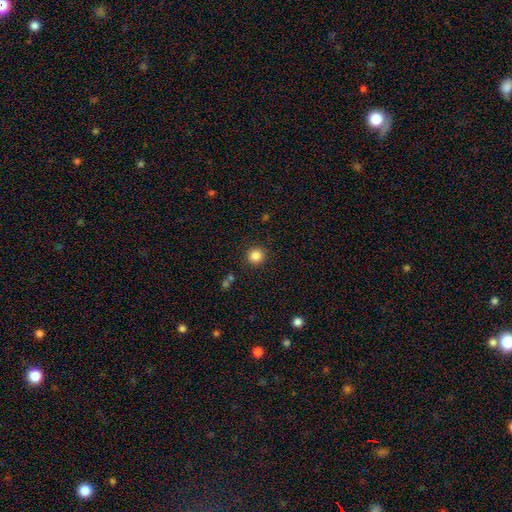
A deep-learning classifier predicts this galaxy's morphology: Smooth or featured? Predicted: smooth (p=0.85). How rounded? Predicted: round (p=0.92). Merging? Predicted: none (p=0.90).